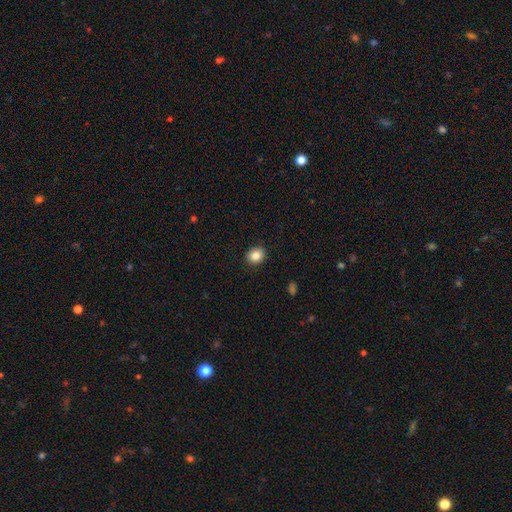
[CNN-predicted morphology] Smooth or featured?
  - smooth: 85% *
  - star or artifact: 9%
  - featured or disk: 6%
How rounded?
  - round: 62% *
  - in between: 37%
  - cigar-shaped: 1%
Merging?
  - none: 90% *
  - minor disturbance: 7%
  - major disturbance: 2%
  - merger: 1%